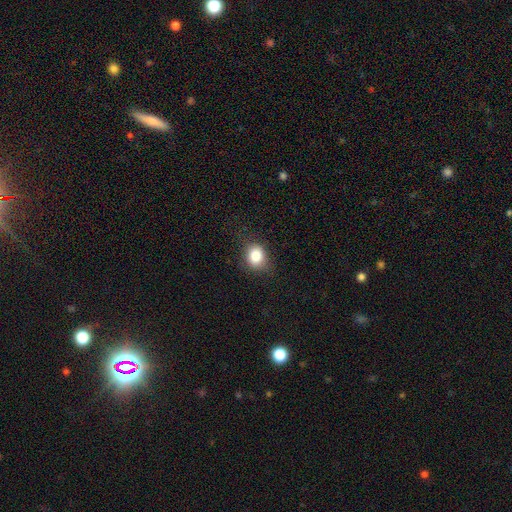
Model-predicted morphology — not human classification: type=smooth (84%); roundness=round (58%); merging=none (78%).